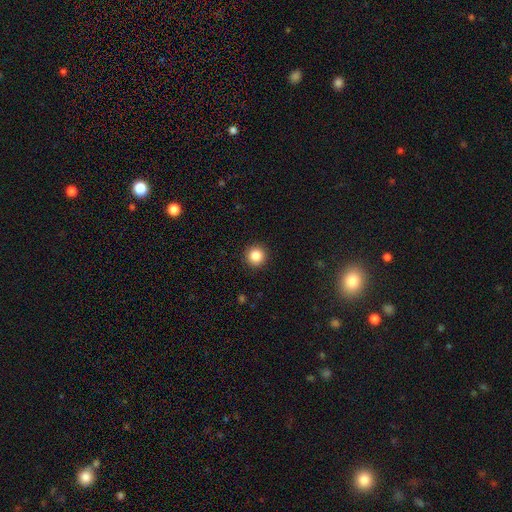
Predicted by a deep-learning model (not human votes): This appears to be a smooth galaxy with no disk features (86%) that is round (96%). Merging: none (93%).